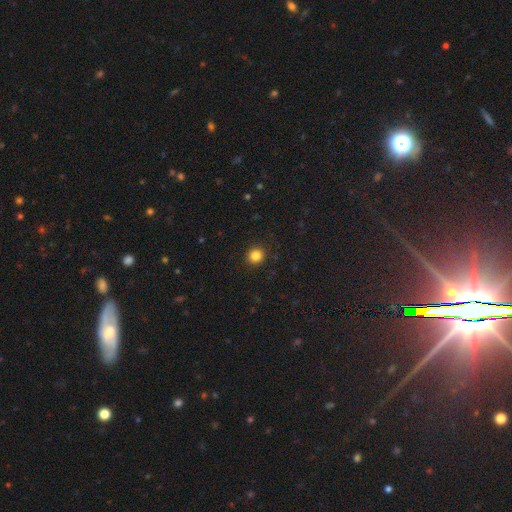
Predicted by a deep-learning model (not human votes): This appears to be a smooth galaxy with no disk features (85%) that is round (91%). Merging: none (92%).